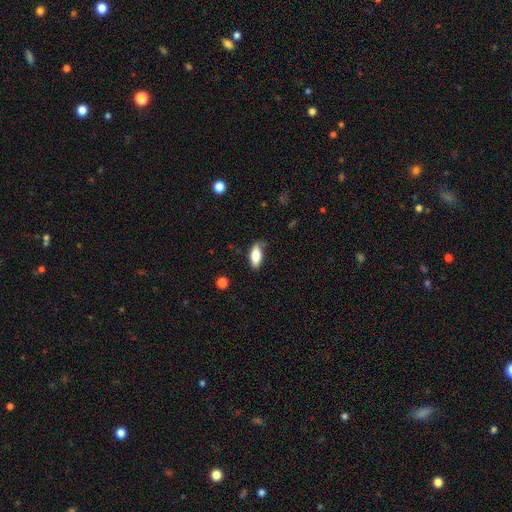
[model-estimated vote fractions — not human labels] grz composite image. It shows a smooth galaxy with no disk features (74%) that is in between round and cigar-shaped (76%). Merging: none (76%).